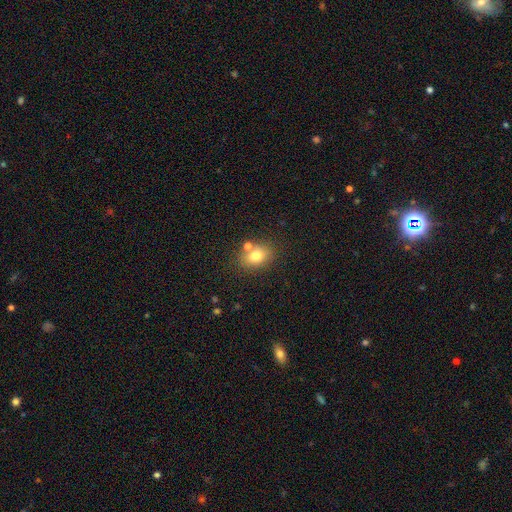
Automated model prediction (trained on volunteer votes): Morphology: type=smooth (75%); roundness=in between (60%); merging=none (69%).